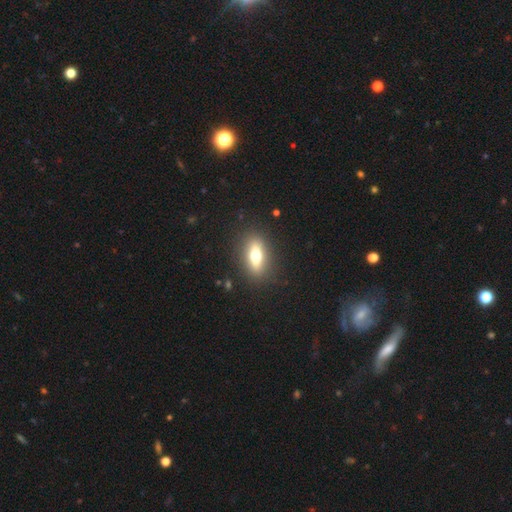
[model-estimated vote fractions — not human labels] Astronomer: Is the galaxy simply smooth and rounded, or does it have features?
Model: smooth — 54% (runner-up: featured or disk, 37%).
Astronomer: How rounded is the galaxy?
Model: in between — 65%.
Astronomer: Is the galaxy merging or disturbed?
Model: none — 87%.